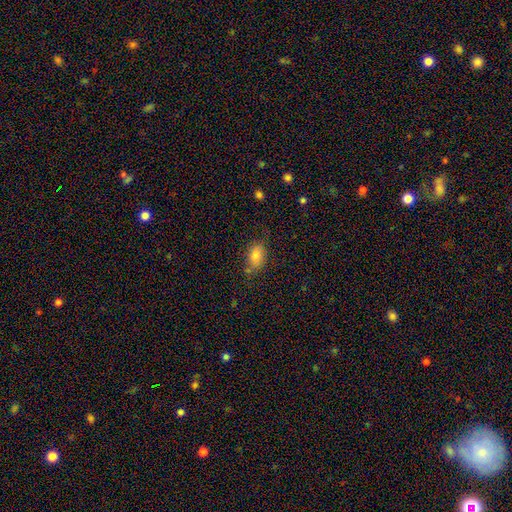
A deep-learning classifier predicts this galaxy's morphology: type=smooth (81%); roundness=in between (86%); merging=none (70%).